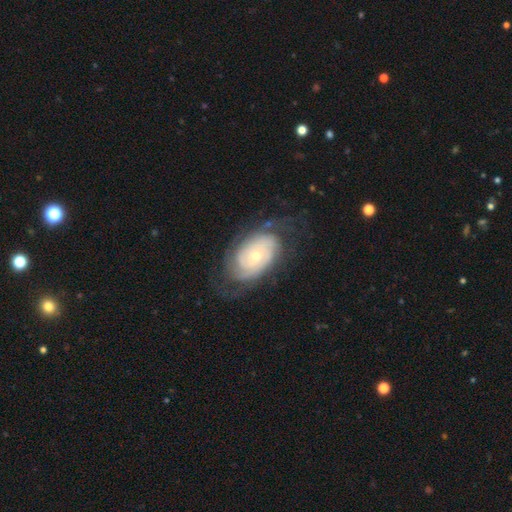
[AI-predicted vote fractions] Smooth or featured: featured or disk — 79% (smooth — 15%)
Edge-on disk: no — 95% (yes — 5%)
Bar: no — 78% (weak — 18%)
Spiral arms: yes — 91% (no — 9%)
Spiral winding: tight — 71% (medium — 21%)
Spiral arm count: can't tell — 43% (2 — 30%)
Bulge size: small — 58% (moderate — 38%)
Merging: none — 65% (minor disturbance — 20%)